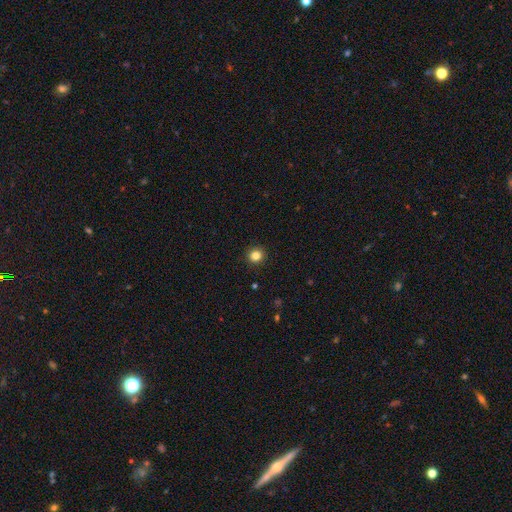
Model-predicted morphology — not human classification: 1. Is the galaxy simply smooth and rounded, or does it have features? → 84% smooth, 12% star or artifact, 5% featured or disk.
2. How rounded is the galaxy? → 92% round, 7% in between, 1% cigar-shaped.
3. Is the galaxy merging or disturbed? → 92% none, 5% minor disturbance, 2% major disturbance, 1% merger.